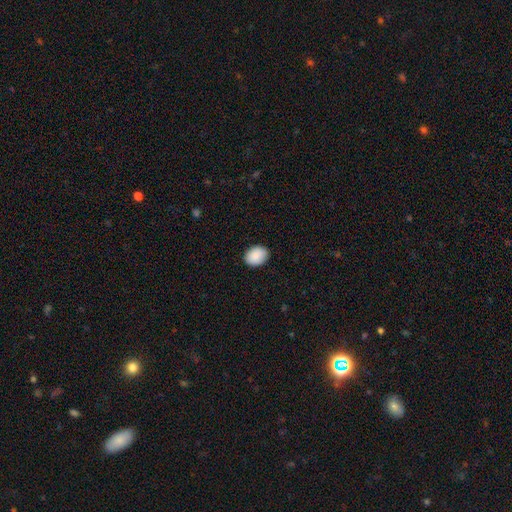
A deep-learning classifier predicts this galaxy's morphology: This is clearly a smooth galaxy (90%). How rounded: likely in between (63%). Merging: clearly none (88%).